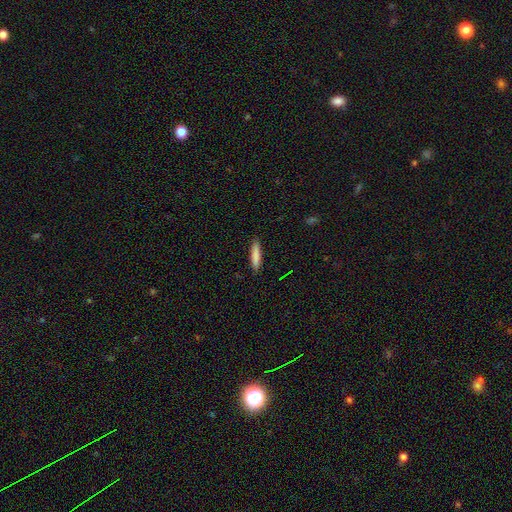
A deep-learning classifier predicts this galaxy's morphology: Overall: smooth (83%). How rounded: cigar-shaped (88%). Merging: none (90%).